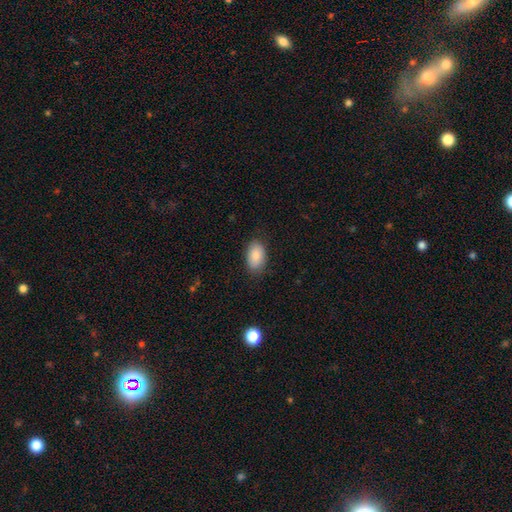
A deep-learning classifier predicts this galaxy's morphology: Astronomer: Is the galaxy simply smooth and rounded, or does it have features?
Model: smooth — 86%.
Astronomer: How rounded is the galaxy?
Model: in between — 92%.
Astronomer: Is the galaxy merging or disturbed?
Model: none — 83%.